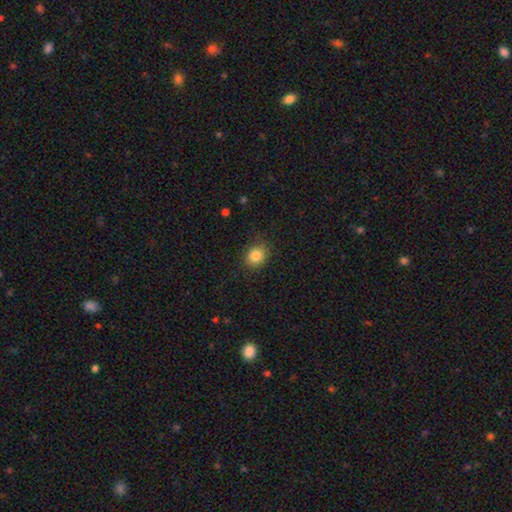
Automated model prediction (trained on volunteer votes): smooth_or_featured: smooth (p=0.83) [alt: star or artifact p=0.11]
how_rounded: round (p=0.67) [alt: in between p=0.32]
merging: none (p=0.83) [alt: minor disturbance p=0.13]